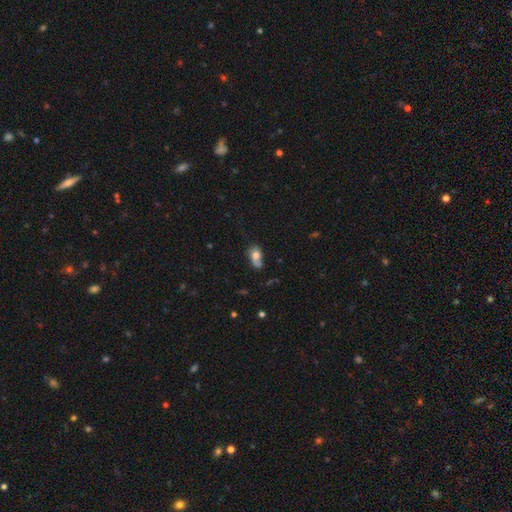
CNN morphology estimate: smooth_or_featured: smooth (p=0.64) [alt: featured or disk p=0.26]
how_rounded: in between (p=0.77) [alt: round p=0.20]
merging: none (p=0.37) [alt: minor disturbance p=0.26]